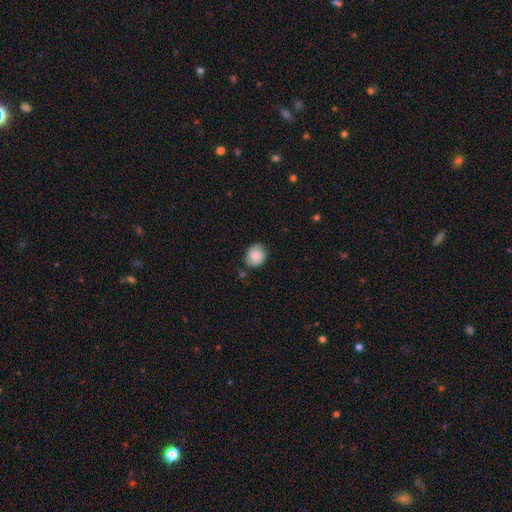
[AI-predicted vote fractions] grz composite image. It shows a smooth galaxy with no disk features (78%) that is round (57%). Merging: none (73%).